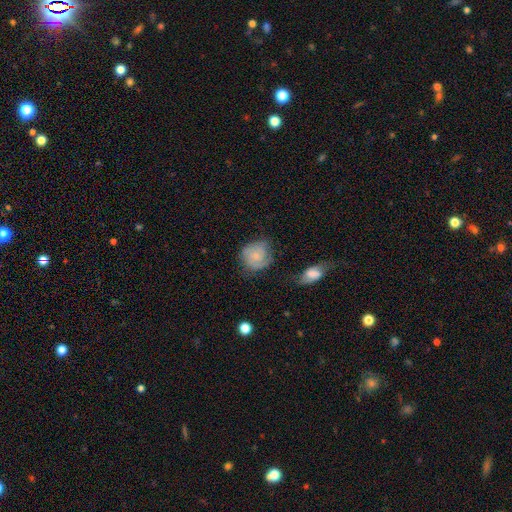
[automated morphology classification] Smooth or featured?
  - featured or disk: 48% *
  - smooth: 44%
  - star or artifact: 7%
Merging?
  - none: 58% *
  - minor disturbance: 26%
  - major disturbance: 11%
  - merger: 5%